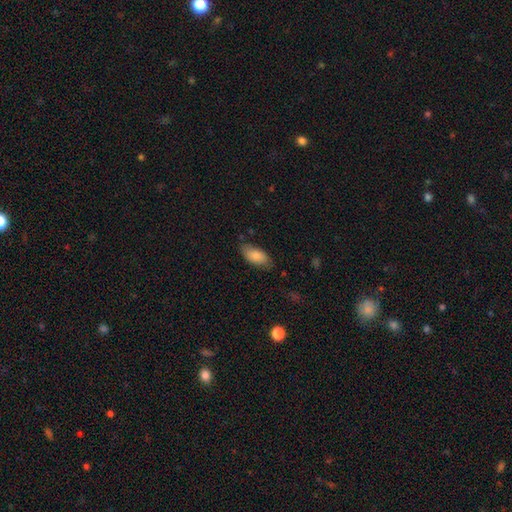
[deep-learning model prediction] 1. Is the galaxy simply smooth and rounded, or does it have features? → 82% smooth, 11% featured or disk, 7% star or artifact.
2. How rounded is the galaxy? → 92% in between, 5% cigar-shaped, 2% round.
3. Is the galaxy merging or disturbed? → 75% none, 20% minor disturbance, 4% major disturbance, 2% merger.